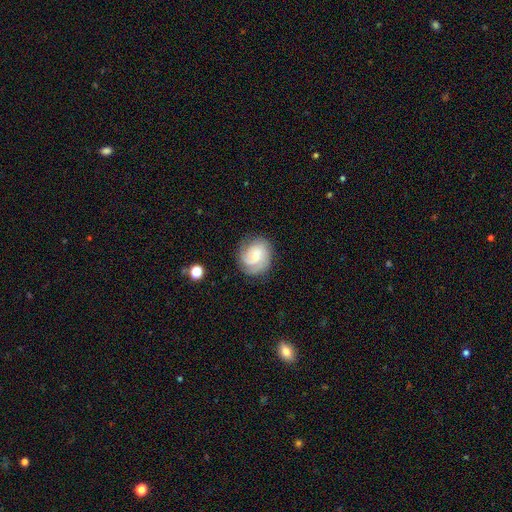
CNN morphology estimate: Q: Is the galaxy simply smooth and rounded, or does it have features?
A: featured or disk — 73%.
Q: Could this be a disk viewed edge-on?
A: no — 98%.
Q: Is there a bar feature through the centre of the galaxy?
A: no — 59%.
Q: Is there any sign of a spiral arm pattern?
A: yes — 95%.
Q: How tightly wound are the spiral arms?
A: tight — 55%.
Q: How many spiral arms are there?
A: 2 — 30%.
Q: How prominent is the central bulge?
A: small — 55%.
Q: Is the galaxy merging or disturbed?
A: none — 76%.